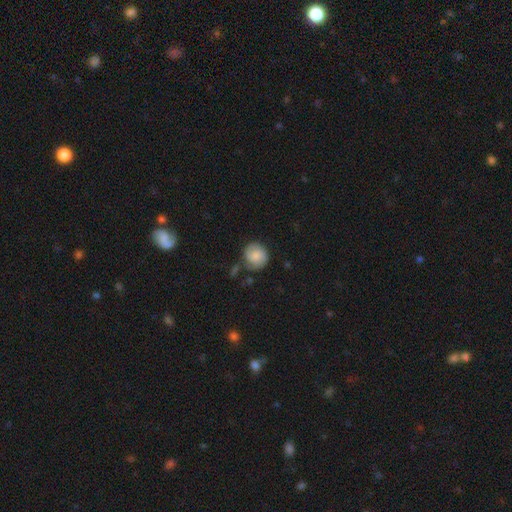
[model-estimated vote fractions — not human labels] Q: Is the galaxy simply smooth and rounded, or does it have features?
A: smooth — 51%.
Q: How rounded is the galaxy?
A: round — 84%.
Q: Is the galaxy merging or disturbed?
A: none — 64%.